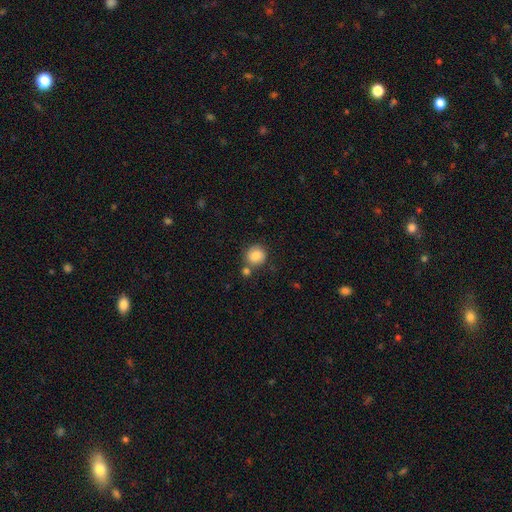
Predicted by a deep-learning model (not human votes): Smooth or featured? Predicted: smooth (p=0.84). How rounded? Predicted: round (p=0.88). Merging? Predicted: none (p=0.70).